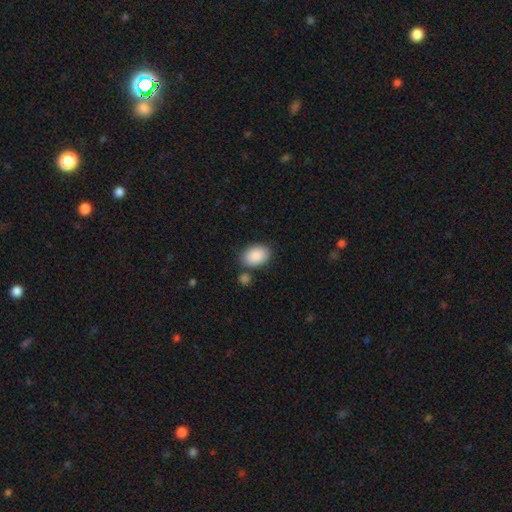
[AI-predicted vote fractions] smooth 90%, star or artifact 6%, featured or disk 4%. Down the decision tree: how rounded — in between (85%); merging — none (76%).